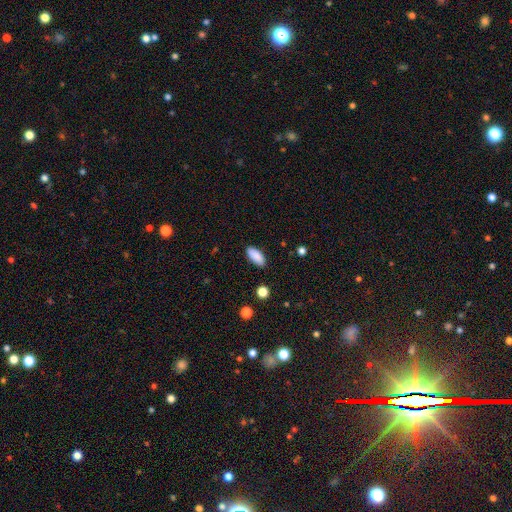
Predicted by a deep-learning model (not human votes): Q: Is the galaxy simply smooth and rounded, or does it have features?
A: smooth — 89%.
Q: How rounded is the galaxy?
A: in between — 86%.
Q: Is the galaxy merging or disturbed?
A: none — 87%.